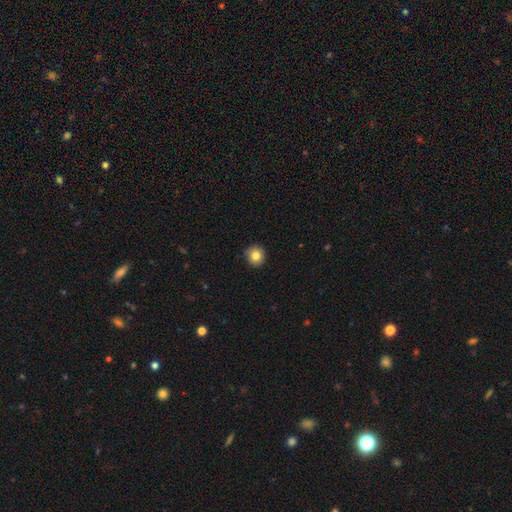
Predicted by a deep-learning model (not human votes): Smooth or featured? Predicted: smooth (p=0.82). How rounded? Predicted: round (p=0.93). Merging? Predicted: none (p=0.90).